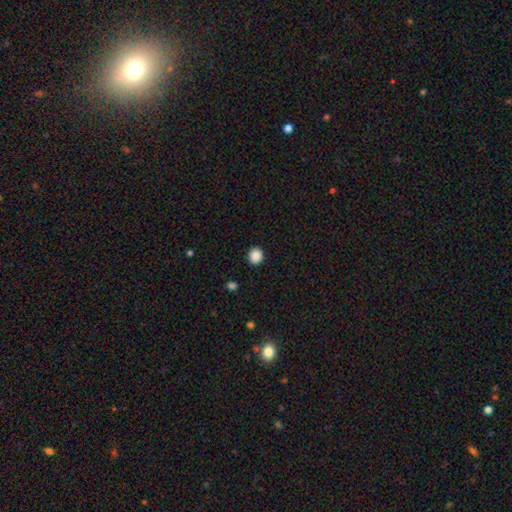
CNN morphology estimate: A smooth galaxy with no disk features (88%) that is round (89%).

Vote fractions:
- Smooth or featured? smooth: 88% / star or artifact: 9% / featured or disk: 2%
- How rounded? round: 89% / in between: 10% / cigar-shaped: 1%
- Merging? none: 92% / minor disturbance: 5% / major disturbance: 2% / merger: 1%